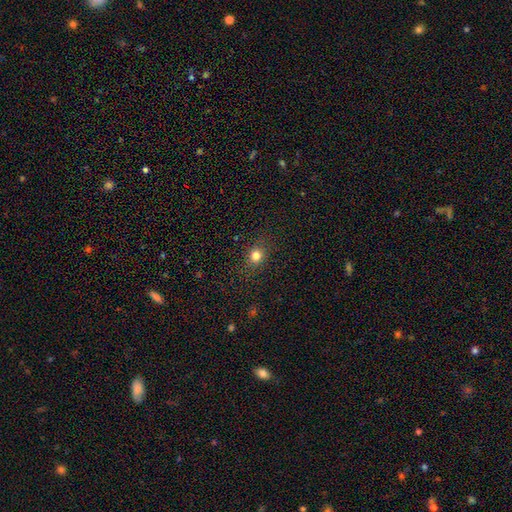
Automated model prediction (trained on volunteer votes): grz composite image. It shows a smooth galaxy with no disk features (78%) that is round (73%). Merging: none (87%).